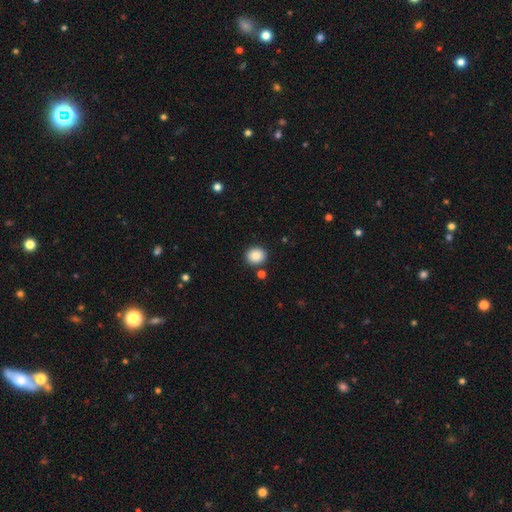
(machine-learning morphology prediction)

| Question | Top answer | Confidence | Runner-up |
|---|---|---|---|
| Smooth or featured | smooth | 86% | star or artifact (9%) |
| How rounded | round | 83% | in between (16%) |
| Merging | none | 88% | minor disturbance (6%) |